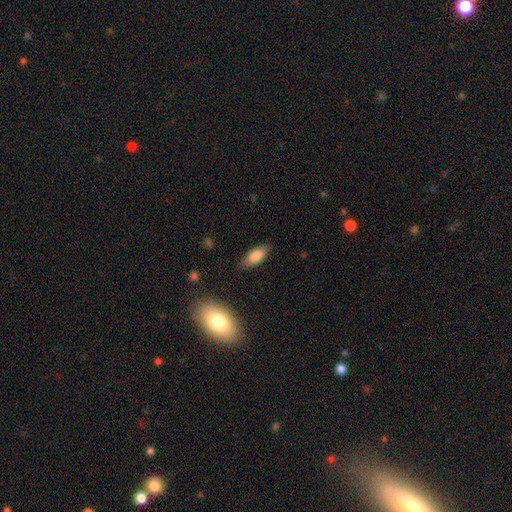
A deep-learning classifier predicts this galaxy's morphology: smooth-or-featured: smooth: 79% | featured or disk: 14% | star or artifact: 7%
  how-rounded: in between: 80% | cigar-shaped: 17% | round: 3%
  merging: none: 80% | minor disturbance: 16% | major disturbance: 3% | merger: 2%